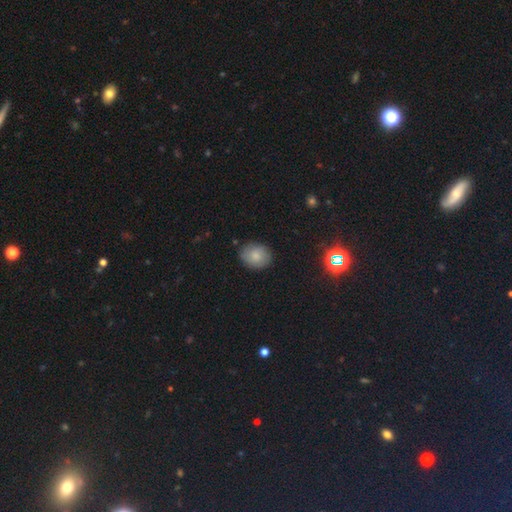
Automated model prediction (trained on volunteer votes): smooth 81%, featured or disk 10%, star or artifact 9%. Down the decision tree: how rounded — round (57%); merging — none (84%).